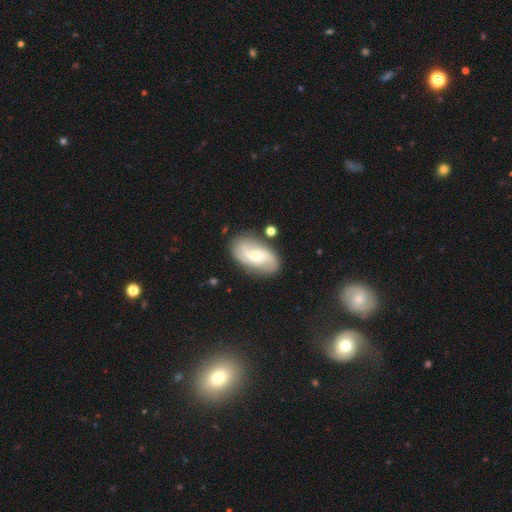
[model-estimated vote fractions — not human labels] This is likely a featured or disk galaxy (72%). It is clearly not viewed edge-on (96%). Bar: possibly weak (49%). Spiral arm pattern: clearly yes (93%). Spiral arm count: clearly 2 (85%). Spiral winding: possibly loose (51%). Central bulge: marginally moderate (40%). Merging: likely none (75%).